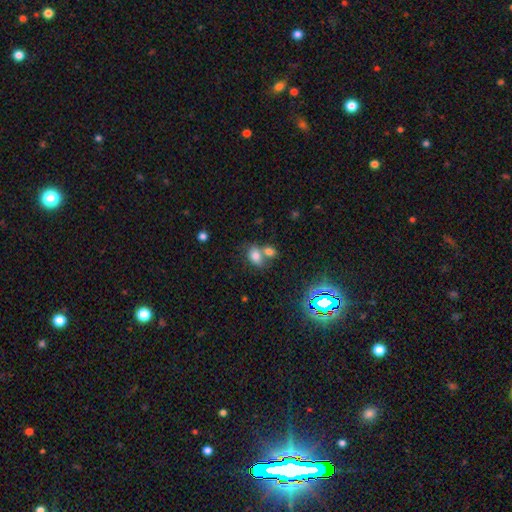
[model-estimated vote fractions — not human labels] smooth-or-featured: smooth: 75% | star or artifact: 14% | featured or disk: 11%
  how-rounded: in between: 80% | round: 18% | cigar-shaped: 2%
  merging: merger: 47% | none: 37% | minor disturbance: 10% | major disturbance: 5%